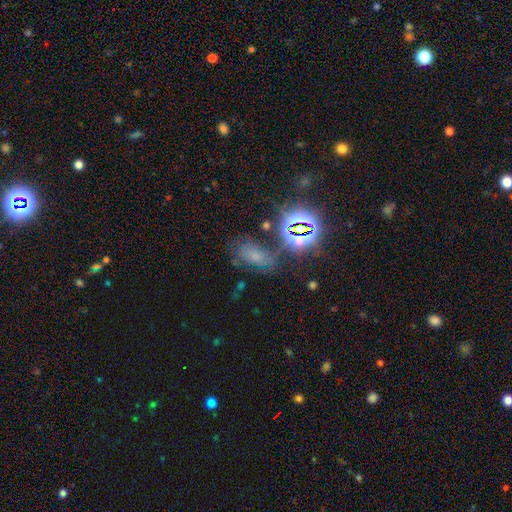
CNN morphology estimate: Smooth or featured? star or artifact (43%)